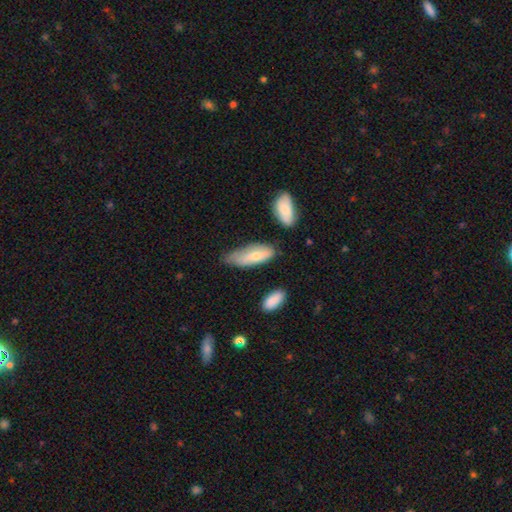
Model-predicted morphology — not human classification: Smooth or featured?
  - smooth: 66% *
  - featured or disk: 28%
  - star or artifact: 7%
How rounded?
  - in between: 69% *
  - cigar-shaped: 29%
  - round: 2%
Merging?
  - none: 45% *
  - minor disturbance: 39%
  - major disturbance: 12%
  - merger: 5%